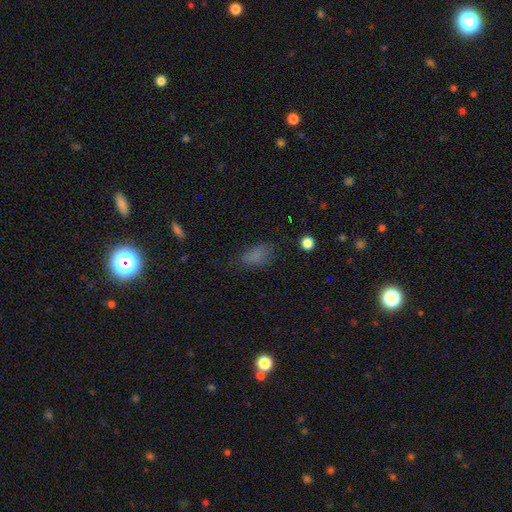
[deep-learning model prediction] Morphology: type=smooth (77%); roundness=in between (86%); merging=none (65%).